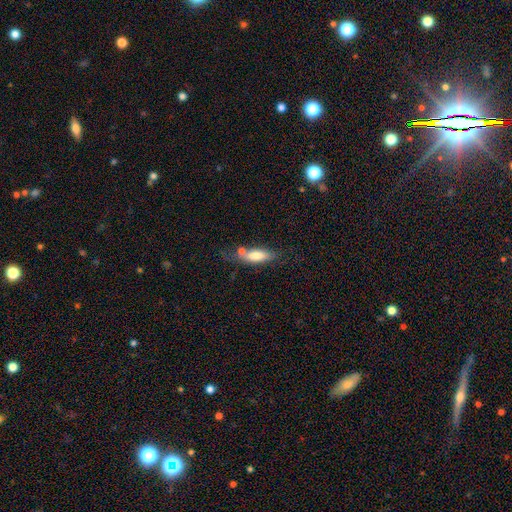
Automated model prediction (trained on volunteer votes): Morphology: type=smooth (74%); roundness=in between (58%); merging=none (45%).